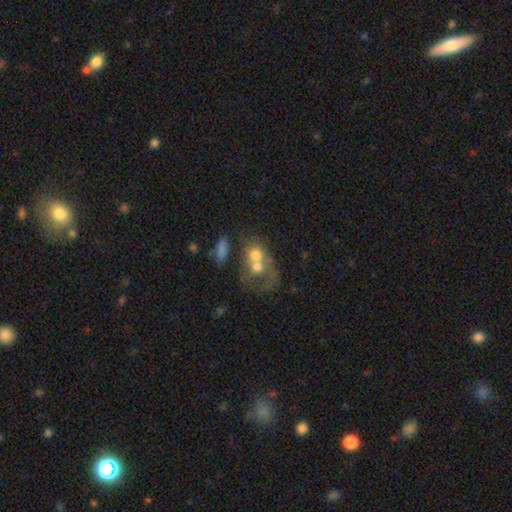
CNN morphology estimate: Smooth or featured? smooth (55%)
How rounded? in between (49%, tied with round)
Merging? merger (69%)